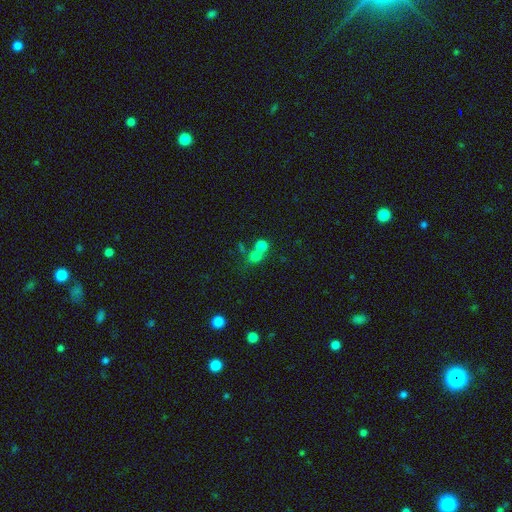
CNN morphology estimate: A smooth galaxy with no disk features (73%) that is round (82%). Merging: merger (47%).